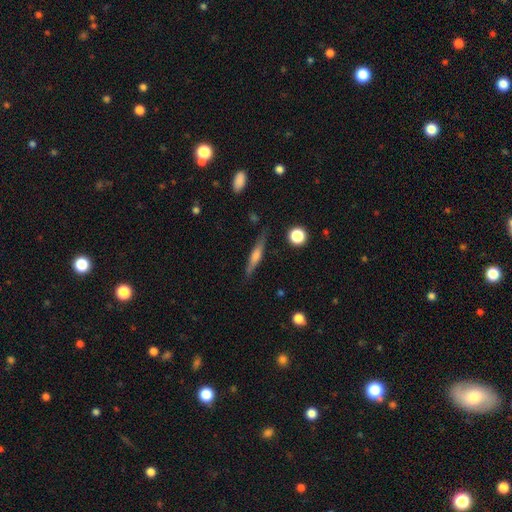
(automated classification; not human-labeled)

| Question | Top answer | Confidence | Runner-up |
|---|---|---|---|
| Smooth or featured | featured or disk | 51% | smooth (41%) |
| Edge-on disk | yes | 95% | no (5%) |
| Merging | none | 84% | minor disturbance (11%) |